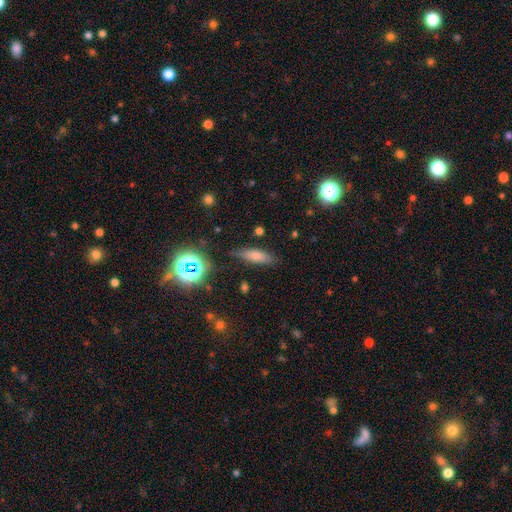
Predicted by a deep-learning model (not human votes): Overall: smooth (70%). How rounded: cigar-shaped (51%; in between 46%). Merging: none (78%).